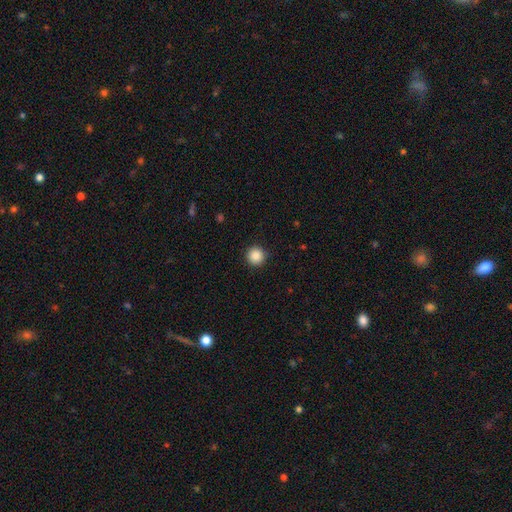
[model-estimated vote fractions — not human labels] smooth-or-featured: smooth: 88% | star or artifact: 9% | featured or disk: 3%
  how-rounded: round: 96% | in between: 3% | cigar-shaped: 1%
  merging: none: 92% | minor disturbance: 5% | major disturbance: 2% | merger: 1%